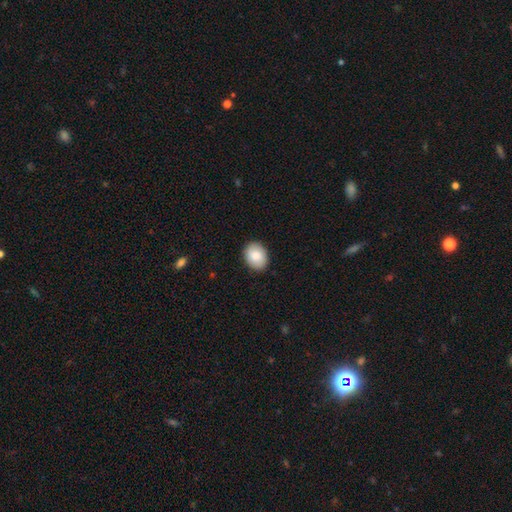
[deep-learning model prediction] This is clearly a smooth galaxy (86%). How rounded: likely in between (61%). Merging: clearly none (89%).